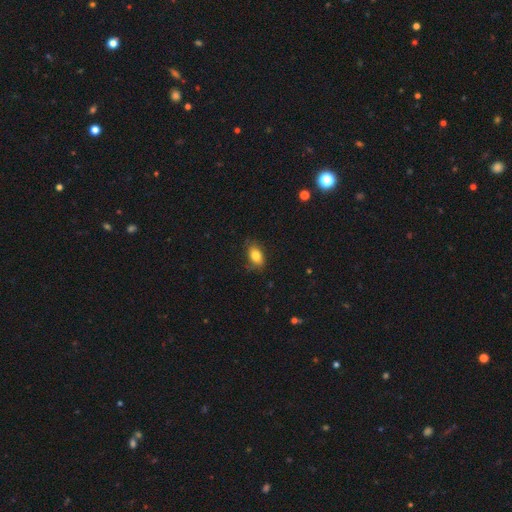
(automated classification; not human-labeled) Smooth or featured? Predicted: smooth (p=0.81). How rounded? Predicted: in between (p=0.87). Merging? Predicted: none (p=0.75).